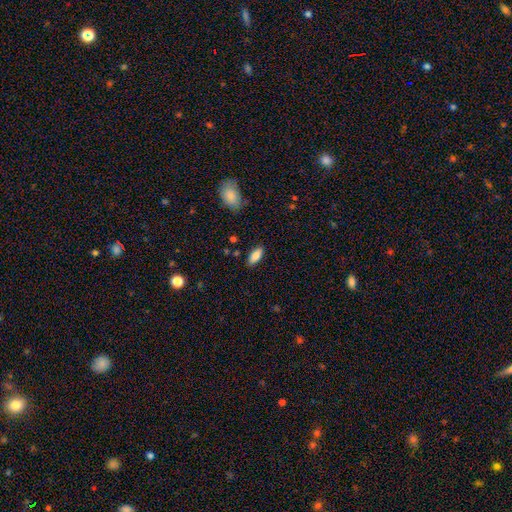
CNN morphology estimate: Q: Smooth or featured?
A: smooth (86%); runner-up: featured or disk (7%)
Q: How rounded?
A: in between (84%); runner-up: cigar-shaped (14%)
Q: Merging?
A: none (86%); runner-up: minor disturbance (10%)